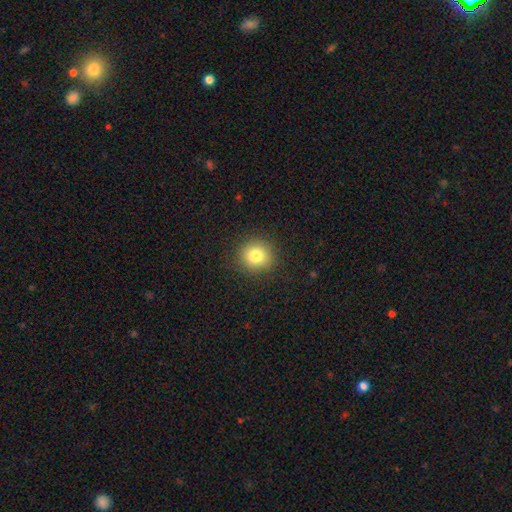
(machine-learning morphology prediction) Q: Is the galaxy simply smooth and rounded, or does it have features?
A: smooth — 81%.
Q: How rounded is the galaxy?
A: round — 89%.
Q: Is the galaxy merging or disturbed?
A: none — 90%.